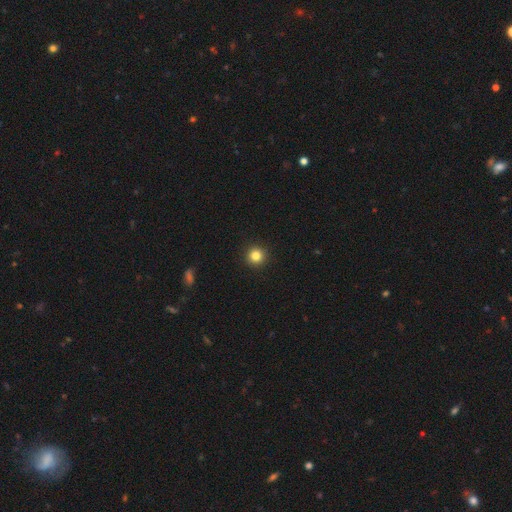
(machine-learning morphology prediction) This is clearly a smooth galaxy (83%). How rounded: clearly round (96%). Merging: clearly none (93%).